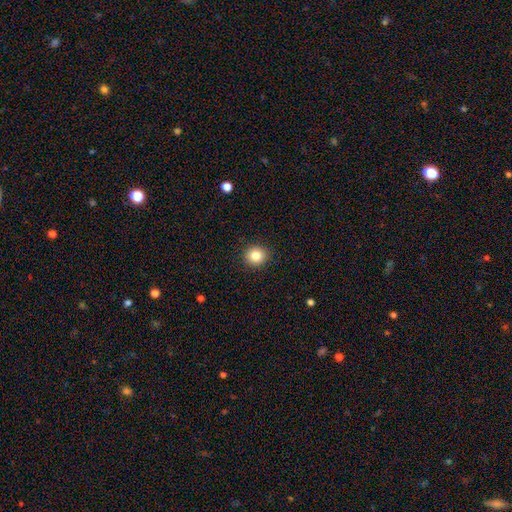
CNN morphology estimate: Q: Smooth or featured?
A: smooth (84%); runner-up: star or artifact (10%)
Q: How rounded?
A: round (85%); runner-up: in between (14%)
Q: Merging?
A: none (91%); runner-up: minor disturbance (6%)